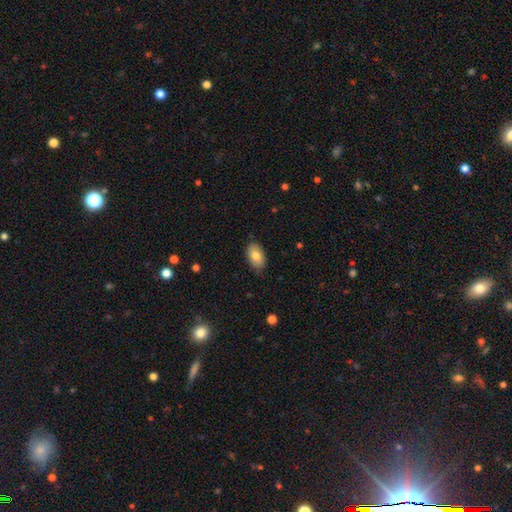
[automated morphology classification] A smooth galaxy with no disk features (79%) that is in between round and cigar-shaped (93%). Merging: none (82%).